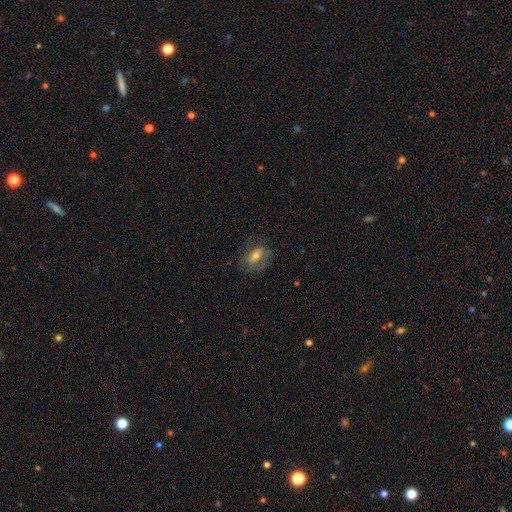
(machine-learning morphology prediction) This is possibly a featured or disk galaxy (57%). It is clearly not viewed edge-on (93%). Bar: marginally weak (39%). Spiral arm pattern: likely yes (67%). Central bulge: possibly moderate (54%). Merging: likely none (64%).